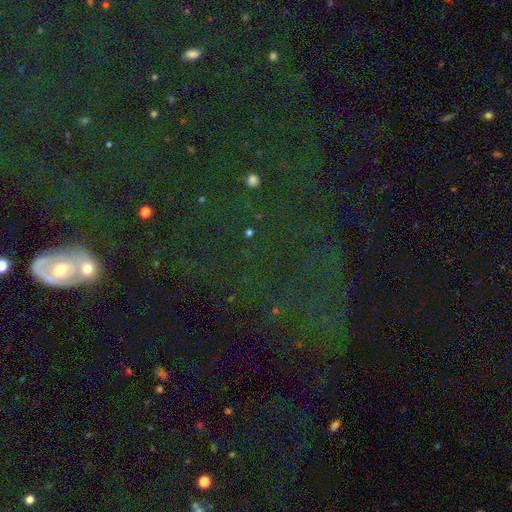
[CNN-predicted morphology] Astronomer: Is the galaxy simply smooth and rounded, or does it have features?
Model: star or artifact — 63%.